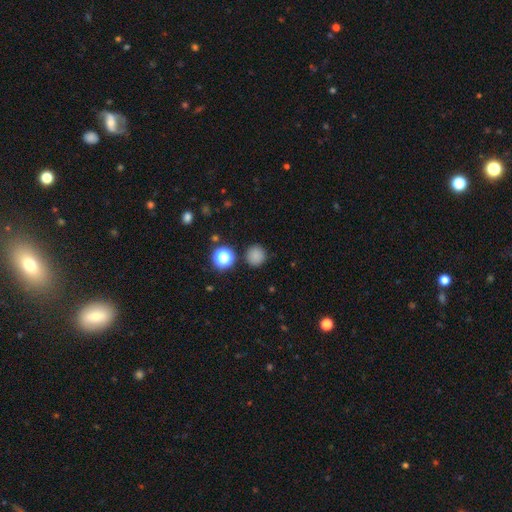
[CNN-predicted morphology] This appears to be a smooth galaxy with no disk features (80%) that is round (93%). Merging: none (86%).